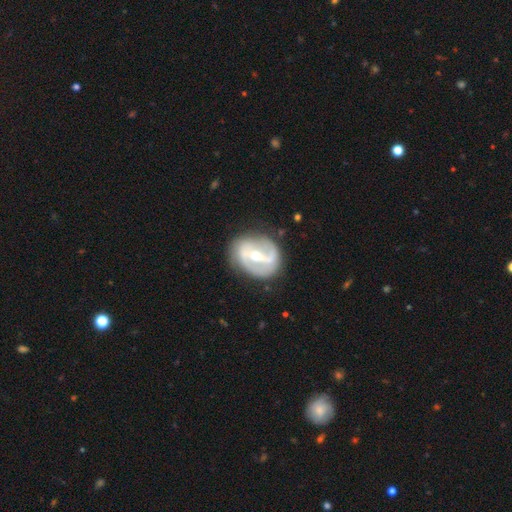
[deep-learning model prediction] This appears to be a featured or disk galaxy (83%) with a strong bar (48%), 2 (80%) medium (43%) spiral arms (88%) and a moderate central bulge (56%). Merging: none (75%).